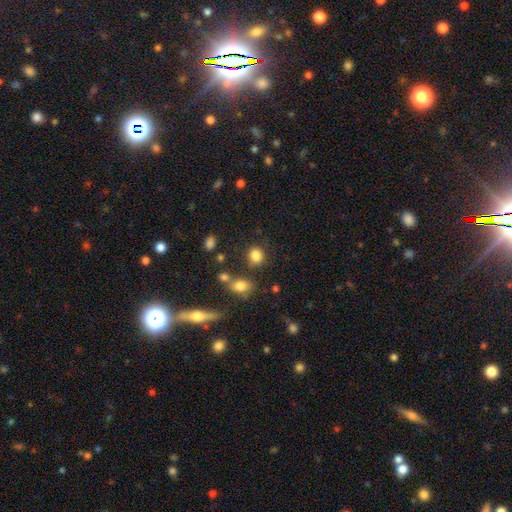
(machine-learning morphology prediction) Smooth or featured? smooth (84%)
How rounded? round (73%)
Merging? none (78%)